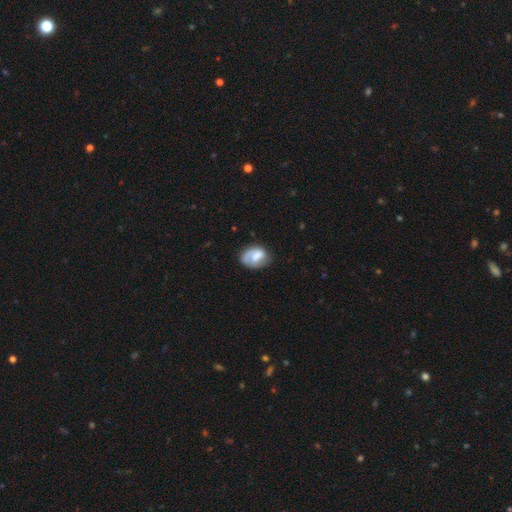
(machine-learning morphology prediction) Smooth or featured?
  - smooth: 55% *
  - featured or disk: 38%
  - star or artifact: 7%
How rounded?
  - in between: 70% *
  - round: 28%
  - cigar-shaped: 1%
Merging?
  - none: 54% *
  - minor disturbance: 28%
  - major disturbance: 15%
  - merger: 2%